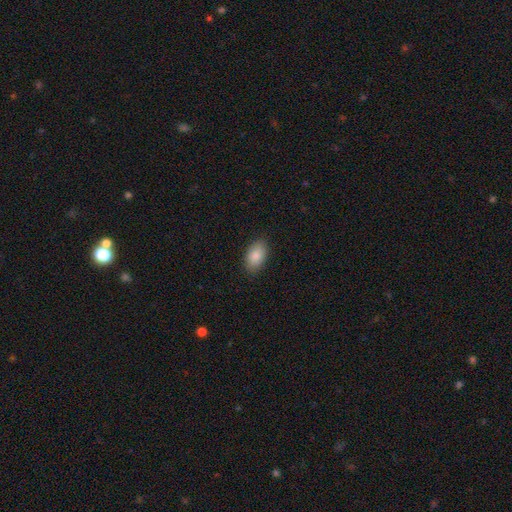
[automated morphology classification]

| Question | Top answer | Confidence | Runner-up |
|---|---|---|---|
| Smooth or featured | smooth | 87% | star or artifact (7%) |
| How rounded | in between | 94% | round (5%) |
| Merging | none | 88% | minor disturbance (9%) |